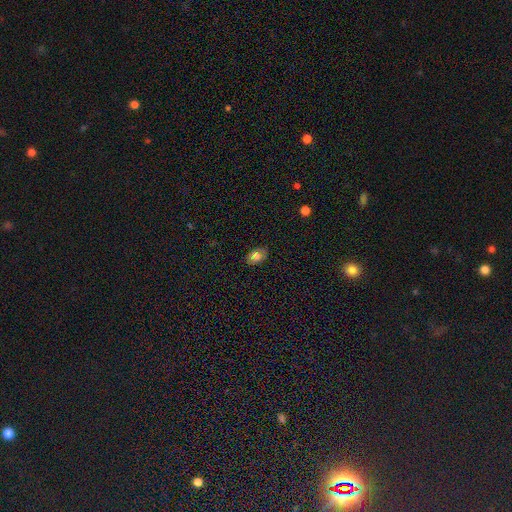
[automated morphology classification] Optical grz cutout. It shows a smooth galaxy with no disk features (71%) that is in between round and cigar-shaped (88%). Merging: none (81%).